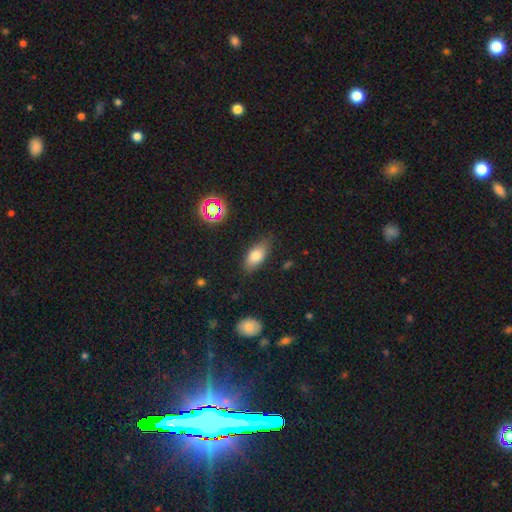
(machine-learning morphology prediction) Smooth or featured? smooth (78%)
How rounded? in between (86%)
Merging? none (77%)